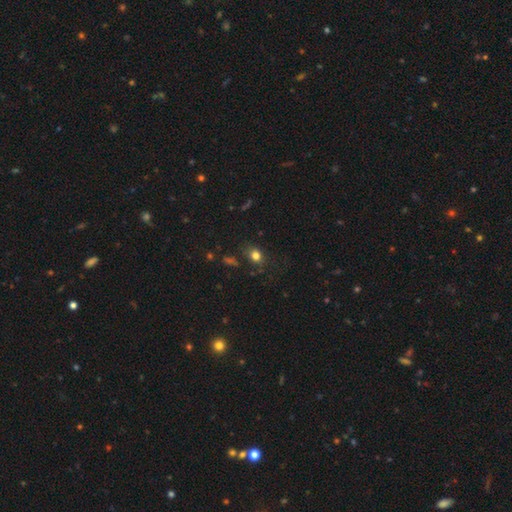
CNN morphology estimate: Overall: smooth (78%). How rounded: round (55%; in between 44%). Merging: none (76%).